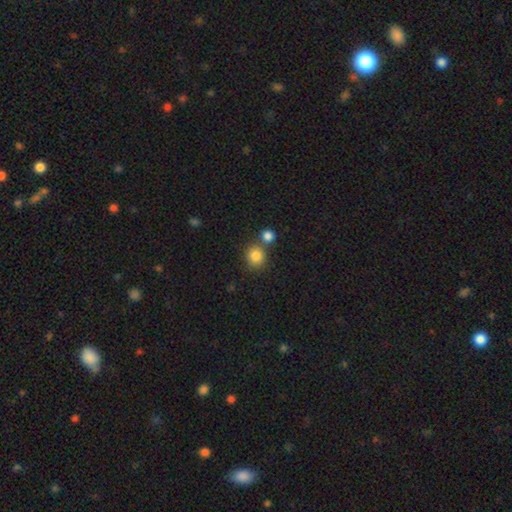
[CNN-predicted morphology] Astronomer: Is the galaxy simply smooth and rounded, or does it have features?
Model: smooth — 84%.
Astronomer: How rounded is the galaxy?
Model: round — 87%.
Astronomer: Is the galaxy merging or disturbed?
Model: none — 65%.